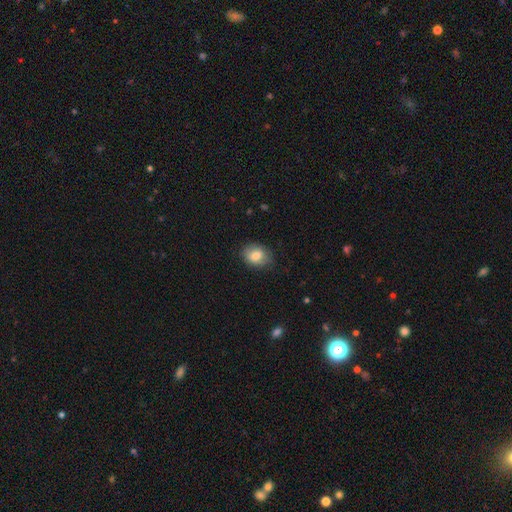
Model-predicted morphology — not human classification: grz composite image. It shows a smooth galaxy with no disk features (79%) that is in between round and cigar-shaped (60%). Merging: none (77%).